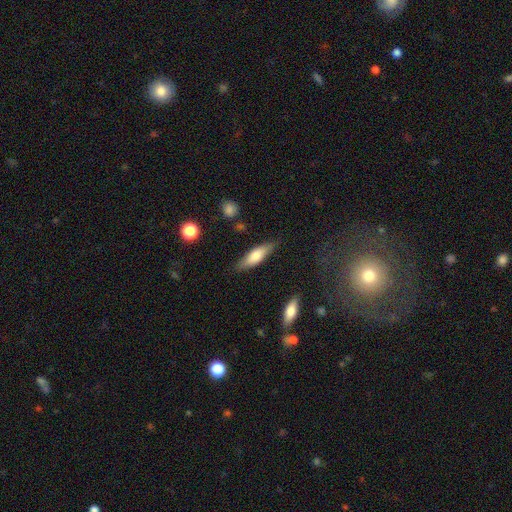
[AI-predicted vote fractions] Overall: smooth (67%; featured or disk 27%). How rounded: cigar-shaped (50%; in between 48%). Merging: none (81%).